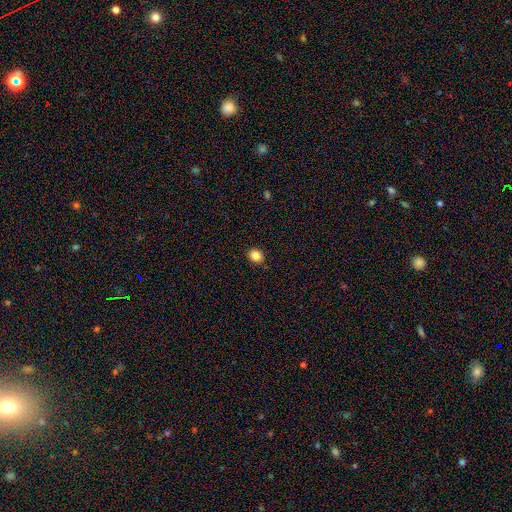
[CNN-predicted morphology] smooth-or-featured: smooth: 85% | star or artifact: 10% | featured or disk: 5%
  how-rounded: round: 51% | in between: 49% | cigar-shaped: 1%
  merging: none: 90% | minor disturbance: 7% | major disturbance: 2% | merger: 1%